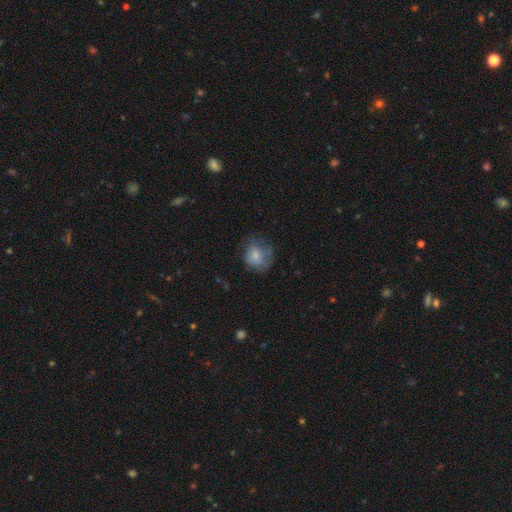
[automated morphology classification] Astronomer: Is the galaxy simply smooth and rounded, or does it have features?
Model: smooth — 72%.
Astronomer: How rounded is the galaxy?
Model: round — 75%.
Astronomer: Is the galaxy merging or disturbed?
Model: none — 58%.